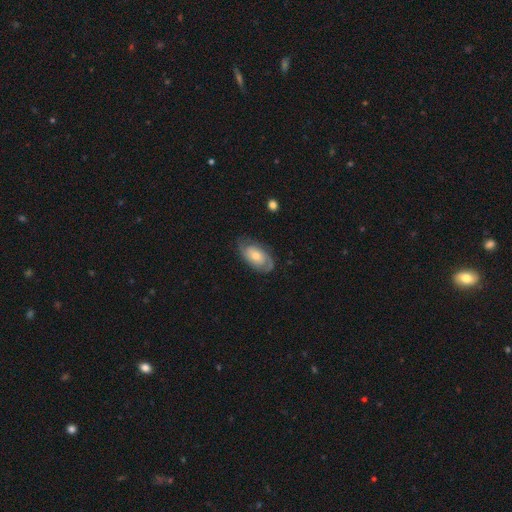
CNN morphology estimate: Smooth or featured: featured or disk — 66% (smooth — 28%)
Edge-on disk: no — 94% (yes — 6%)
Bar: no — 73% (weak — 23%)
Spiral arms: yes — 88% (no — 12%)
Spiral winding: tight — 49% (medium — 36%)
Spiral arm count: 2 — 70% (can't tell — 18%)
Bulge size: moderate — 51% (small — 40%)
Merging: none — 74% (minor disturbance — 18%)